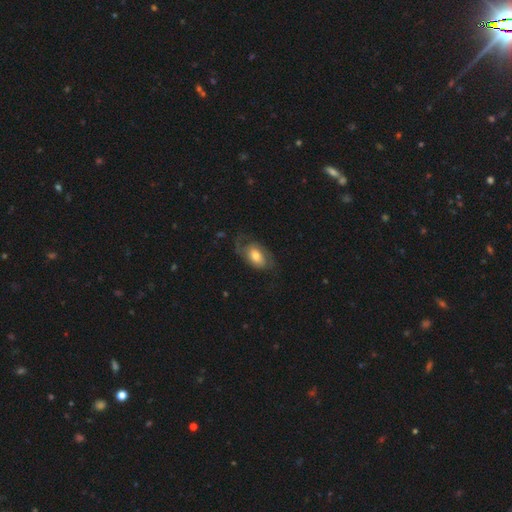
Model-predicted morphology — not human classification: Smooth or featured?
  - featured or disk: 61% *
  - smooth: 33%
  - star or artifact: 6%
Edge-on disk?
  - no: 95% *
  - yes: 5%
Bar?
  - no: 61% *
  - weak: 30%
  - strong: 9%
Spiral arms?
  - yes: 85% *
  - no: 15%
Bulge size?
  - moderate: 60% *
  - small: 19%
  - large: 17%
  - dominant: 2%
  - none: 2%
Merging?
  - none: 56% *
  - major disturbance: 22%
  - minor disturbance: 21%
  - merger: 2%